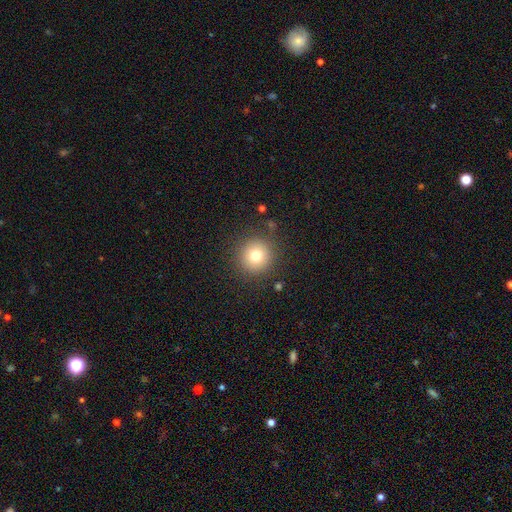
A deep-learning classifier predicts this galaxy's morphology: smooth-or-featured: smooth: 77% | star or artifact: 13% | featured or disk: 10%
  how-rounded: round: 95% | in between: 4% | cigar-shaped: 1%
  merging: none: 88% | minor disturbance: 7% | major disturbance: 3% | merger: 1%